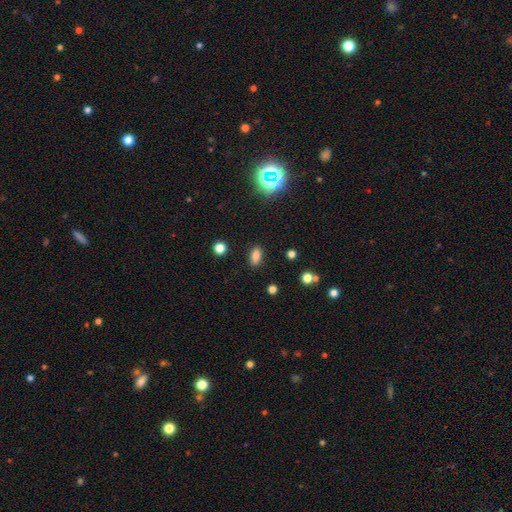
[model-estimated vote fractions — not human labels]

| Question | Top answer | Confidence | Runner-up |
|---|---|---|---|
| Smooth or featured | smooth | 81% | star or artifact (13%) |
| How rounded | in between | 86% | round (8%) |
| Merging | none | 87% | minor disturbance (9%) |